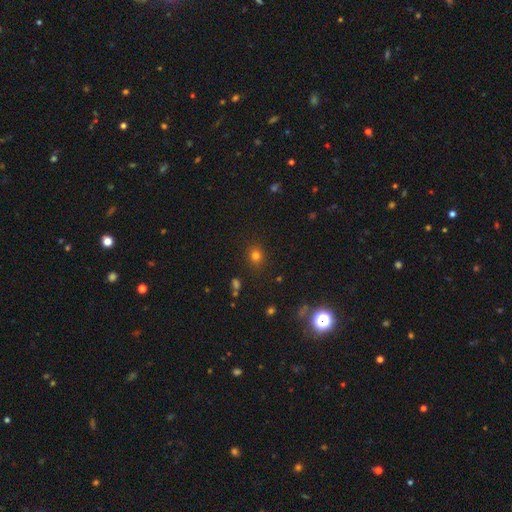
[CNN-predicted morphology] A smooth galaxy with no disk features (77%) that is round (73%).

Vote fractions:
- Smooth or featured? smooth: 77% / star or artifact: 17% / featured or disk: 6%
- How rounded? round: 73% / in between: 26% / cigar-shaped: 1%
- Merging? none: 86% / minor disturbance: 9% / major disturbance: 3% / merger: 2%